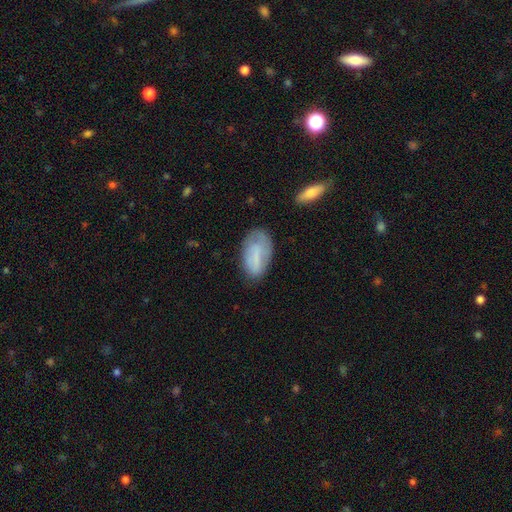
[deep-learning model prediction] smooth-or-featured: smooth: 64% | featured or disk: 28% | star or artifact: 8%
  how-rounded: in between: 91% | cigar-shaped: 5% | round: 4%
  merging: none: 61% | minor disturbance: 26% | major disturbance: 10% | merger: 2%